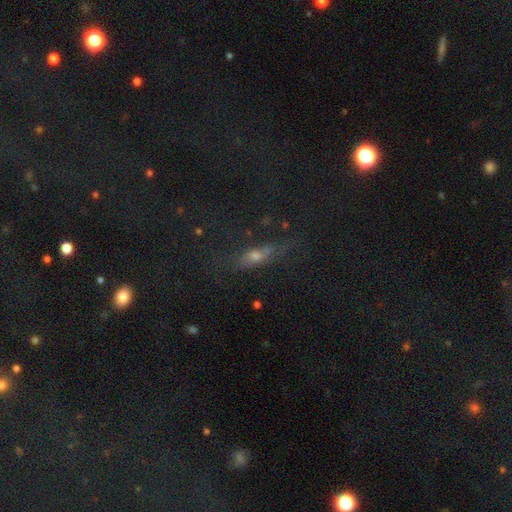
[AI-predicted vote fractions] A smooth galaxy with no disk features (44%).

Vote fractions:
- Smooth or featured? smooth: 44% / featured or disk: 30% / star or artifact: 25%
- Merging? none: 63% / minor disturbance: 20% / major disturbance: 12% / merger: 5%